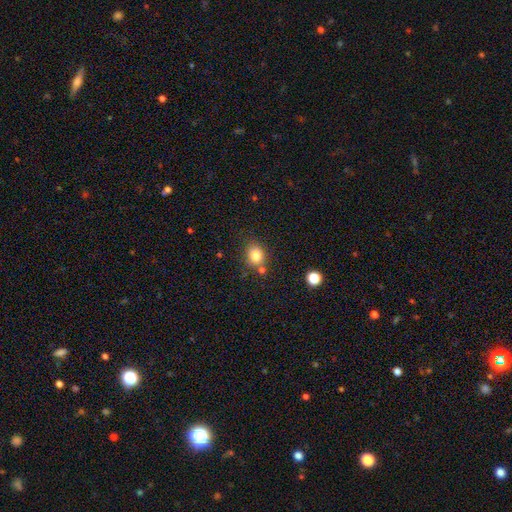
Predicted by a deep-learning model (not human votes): Q: Smooth or featured?
A: smooth (80%); runner-up: star or artifact (12%)
Q: How rounded?
A: round (66%); runner-up: in between (33%)
Q: Merging?
A: none (71%); runner-up: minor disturbance (14%)